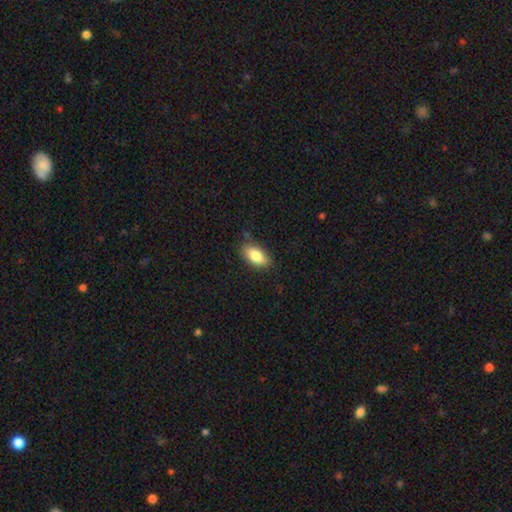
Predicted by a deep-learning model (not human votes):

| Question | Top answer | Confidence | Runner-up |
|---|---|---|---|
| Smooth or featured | smooth | 82% | featured or disk (10%) |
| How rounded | in between | 89% | cigar-shaped (7%) |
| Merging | none | 80% | minor disturbance (15%) |